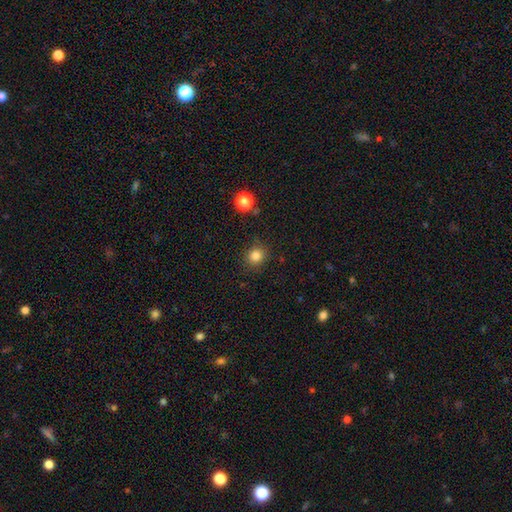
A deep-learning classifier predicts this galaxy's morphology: A smooth galaxy with no disk features (83%) that is round (87%).

Vote fractions:
- Smooth or featured? smooth: 83% / star or artifact: 12% / featured or disk: 5%
- How rounded? round: 87% / in between: 12% / cigar-shaped: 1%
- Merging? none: 87% / minor disturbance: 9% / major disturbance: 3% / merger: 2%